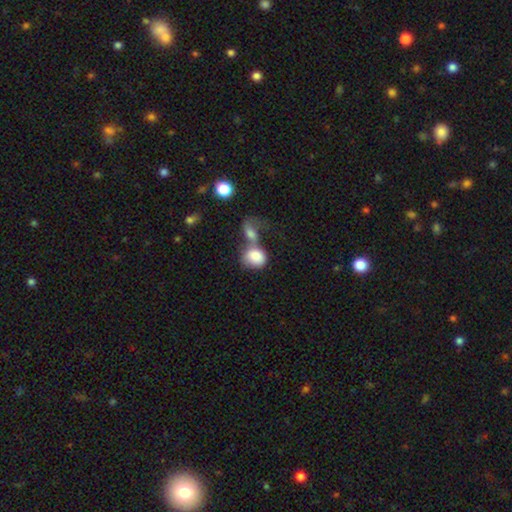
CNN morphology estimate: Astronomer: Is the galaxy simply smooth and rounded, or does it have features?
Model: smooth — 79%.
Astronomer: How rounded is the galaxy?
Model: in between — 51% (runner-up: round, 47%).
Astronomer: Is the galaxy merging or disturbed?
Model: merger — 67%.